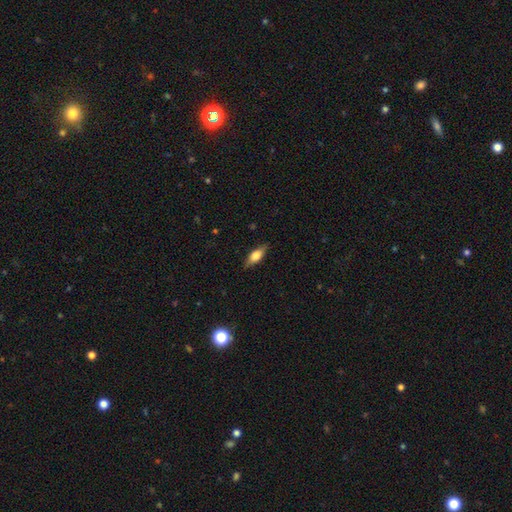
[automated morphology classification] Smooth or featured?
  - smooth: 59% *
  - featured or disk: 34%
  - star or artifact: 7%
How rounded?
  - in between: 66% *
  - cigar-shaped: 31%
  - round: 4%
Merging?
  - none: 84% *
  - minor disturbance: 12%
  - major disturbance: 2%
  - merger: 1%